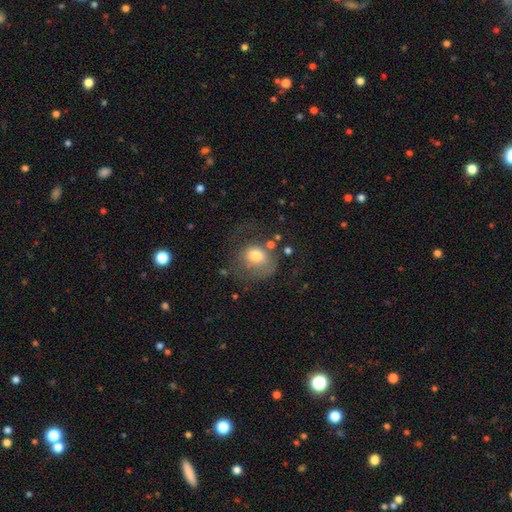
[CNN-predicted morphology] This appears to be a smooth galaxy with no disk features (63%) that is round (64%). Merging: major disturbance (37%).